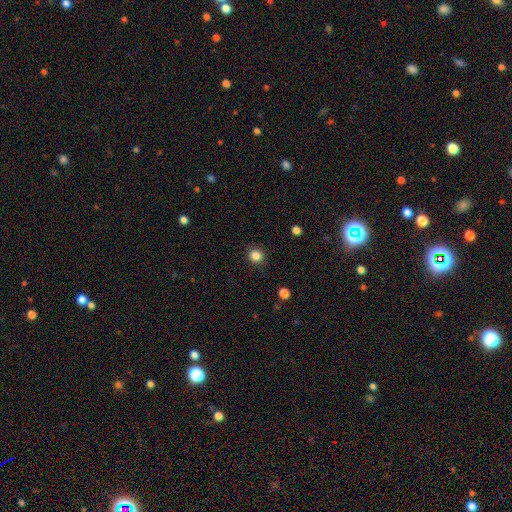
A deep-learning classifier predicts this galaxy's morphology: smooth_or_featured: smooth (p=0.85) [alt: star or artifact p=0.11]
how_rounded: round (p=0.87) [alt: in between p=0.12]
merging: none (p=0.90) [alt: minor disturbance p=0.07]